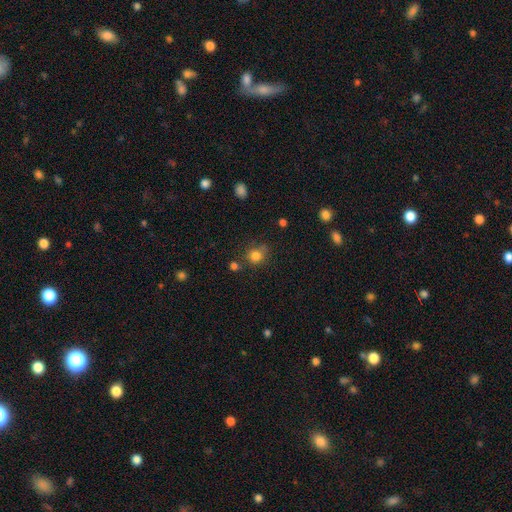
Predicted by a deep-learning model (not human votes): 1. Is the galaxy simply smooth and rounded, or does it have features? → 81% smooth, 13% star or artifact, 6% featured or disk.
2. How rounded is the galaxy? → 81% round, 18% in between, 1% cigar-shaped.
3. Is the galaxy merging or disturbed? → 63% none, 19% minor disturbance, 11% merger, 7% major disturbance.